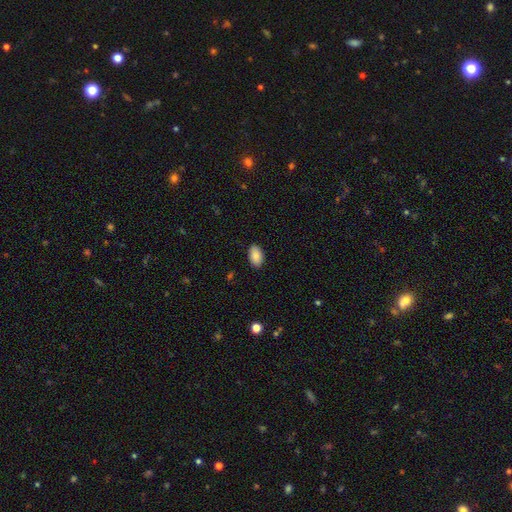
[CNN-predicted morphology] The model was most divided on "smooth or featured": smooth: 87%, star or artifact: 7%, featured or disk: 6%. More confident: how rounded — in between (93%); merging — none (89%).